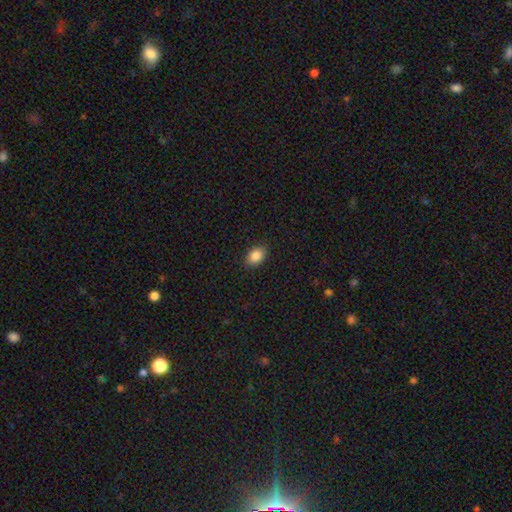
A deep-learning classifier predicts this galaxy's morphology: type=smooth (86%); roundness=in between (82%); merging=none (89%).